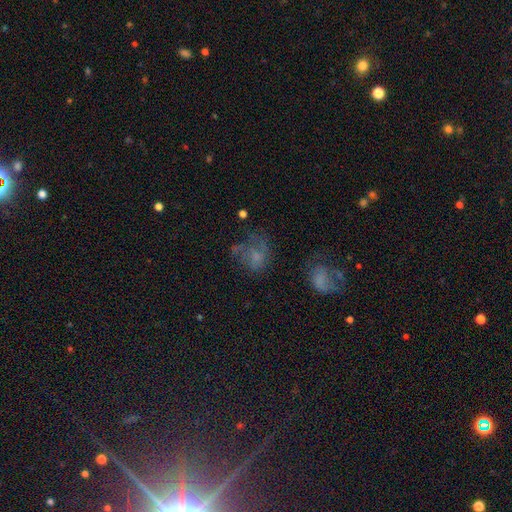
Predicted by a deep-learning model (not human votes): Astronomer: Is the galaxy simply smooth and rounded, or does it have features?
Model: smooth — 43% (runner-up: featured or disk, 39%).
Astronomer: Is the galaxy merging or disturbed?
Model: none — 38% (runner-up: major disturbance, 34%).